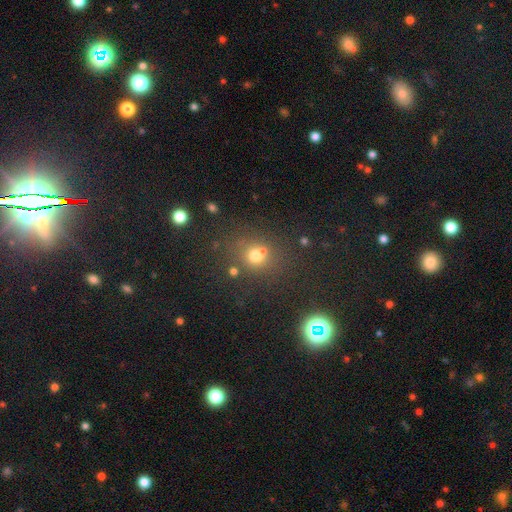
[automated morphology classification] The model was most divided on "merging": none: 61%, merger: 23%, minor disturbance: 11%, major disturbance: 5%. More confident: how rounded — round (80%); smooth or featured — smooth (67%).